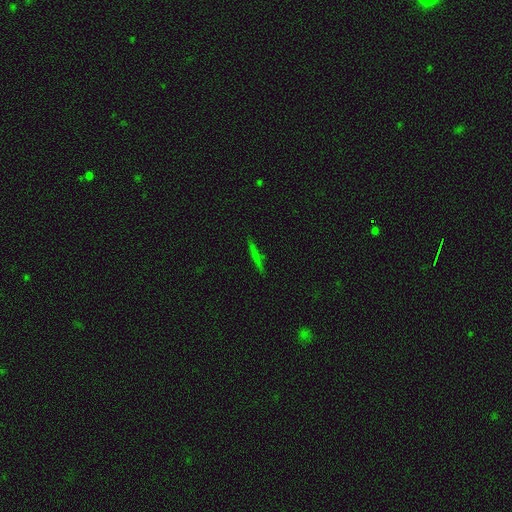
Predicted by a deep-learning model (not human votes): Morphology: type=smooth (55%); roundness=cigar-shaped (92%); merging=none (88%).